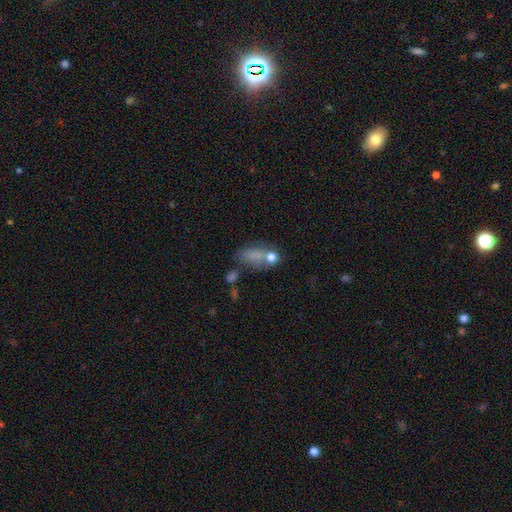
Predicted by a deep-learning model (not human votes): The model was most divided on "merging": none: 39%, merger: 26%, minor disturbance: 19%, major disturbance: 15%. More confident: how rounded — in between (77%); smooth or featured — smooth (68%).